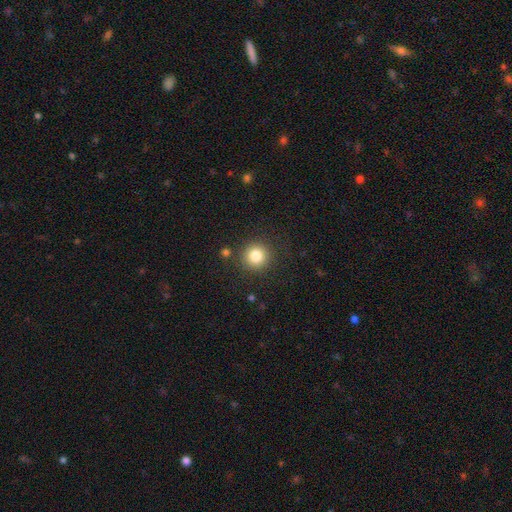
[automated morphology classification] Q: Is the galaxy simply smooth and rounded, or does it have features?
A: smooth — 82%.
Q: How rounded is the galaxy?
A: round — 94%.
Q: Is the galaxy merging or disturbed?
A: none — 87%.